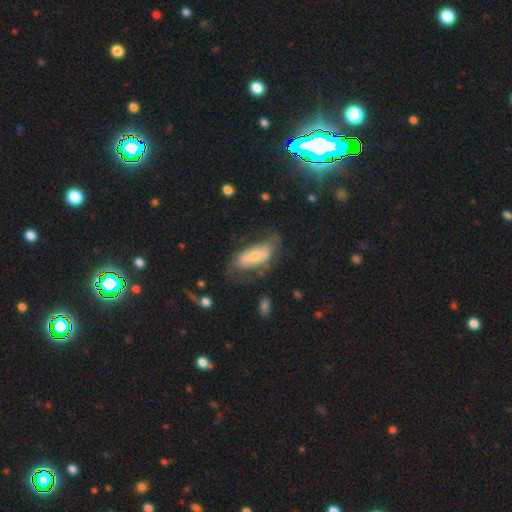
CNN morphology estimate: This appears to be a smooth galaxy with no disk features (48%). Merging: none (45%).